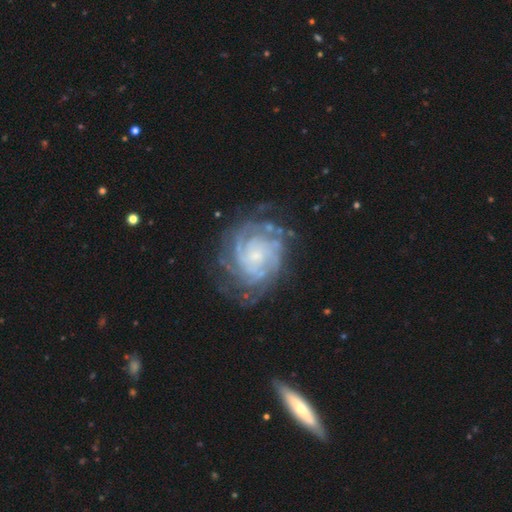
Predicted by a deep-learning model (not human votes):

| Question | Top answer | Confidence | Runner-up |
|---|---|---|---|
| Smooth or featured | featured or disk | 87% | smooth (7%) |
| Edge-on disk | no | 98% | yes (2%) |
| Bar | no | 74% | weak (21%) |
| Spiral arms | yes | 97% | no (3%) |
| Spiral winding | tight | 72% | medium (23%) |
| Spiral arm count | can't tell | 30% | 4 (22%) |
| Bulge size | small | 70% | moderate (18%) |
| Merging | none | 70% | minor disturbance (18%) |